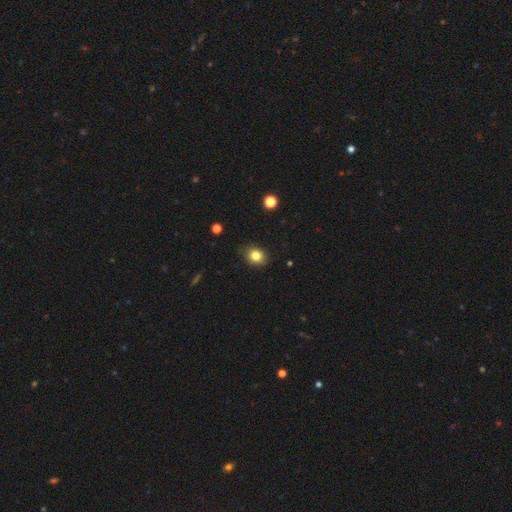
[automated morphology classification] smooth 83%, star or artifact 11%, featured or disk 6%. Down the decision tree: how rounded — round (58%); merging — none (84%).